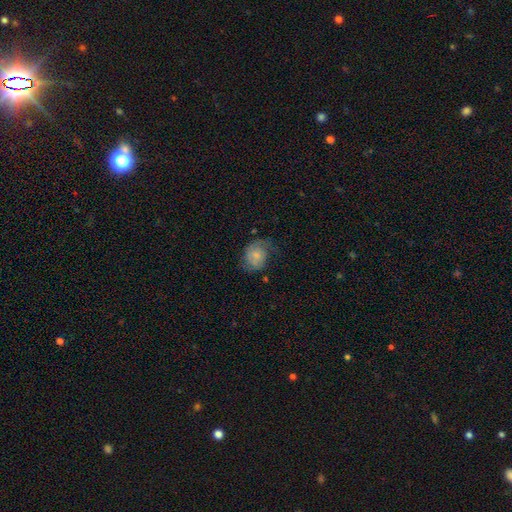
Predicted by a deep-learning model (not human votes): Smooth or featured? smooth (59%)
How rounded? in between (54%)
Merging? none (48%)